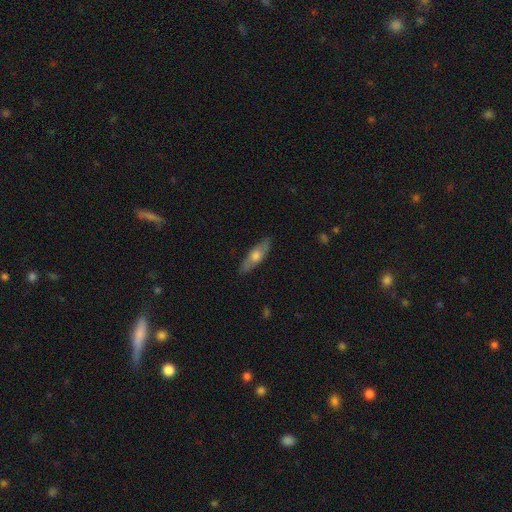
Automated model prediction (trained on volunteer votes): Q: Smooth or featured?
A: smooth (55%); runner-up: featured or disk (39%)
Q: How rounded?
A: cigar-shaped (51%); runner-up: in between (46%)
Q: Merging?
A: none (86%); runner-up: minor disturbance (11%)